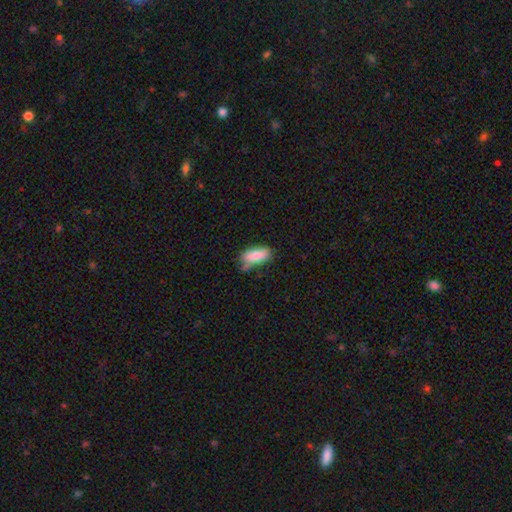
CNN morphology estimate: The model was most divided on "merging": none: 57%, minor disturbance: 30%, major disturbance: 7%, merger: 6%. More confident: smooth or featured — smooth (84%); how rounded — in between (82%).